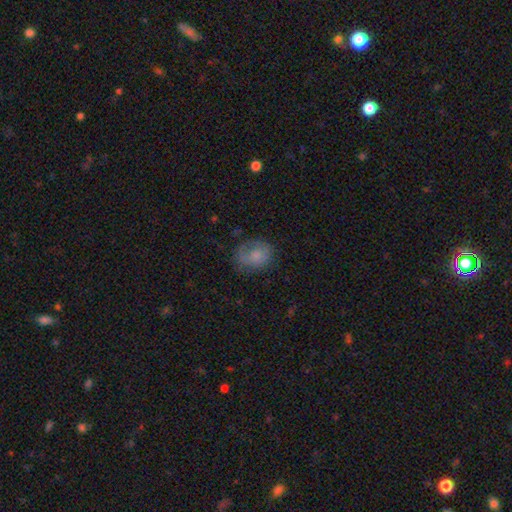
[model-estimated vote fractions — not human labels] This appears to be a smooth galaxy with no disk features (69%) that is round (51%). Merging: none (56%).